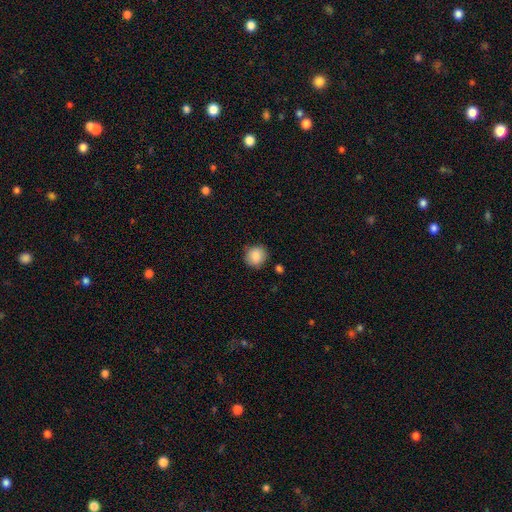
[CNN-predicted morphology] A smooth galaxy with no disk features (87%) that is round (88%).

Vote fractions:
- Smooth or featured? smooth: 87% / star or artifact: 8% / featured or disk: 5%
- How rounded? round: 88% / in between: 11% / cigar-shaped: 1%
- Merging? none: 84% / minor disturbance: 12% / major disturbance: 3% / merger: 2%